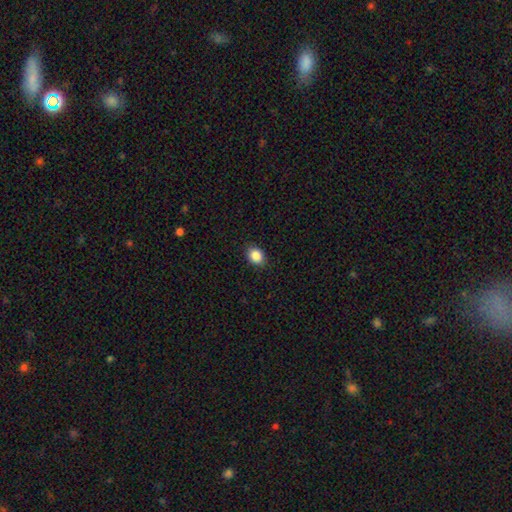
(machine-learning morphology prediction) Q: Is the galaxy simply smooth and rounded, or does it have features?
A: smooth — 87%.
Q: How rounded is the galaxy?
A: in between — 58%.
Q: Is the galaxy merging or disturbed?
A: none — 89%.